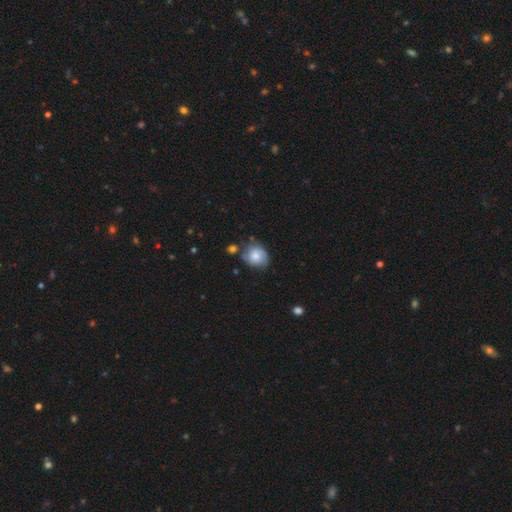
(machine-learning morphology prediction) Smooth or featured?
  - smooth: 63% *
  - featured or disk: 28%
  - star or artifact: 9%
How rounded?
  - round: 70% *
  - in between: 29%
  - cigar-shaped: 1%
Merging?
  - none: 61% *
  - minor disturbance: 25%
  - merger: 7%
  - major disturbance: 7%